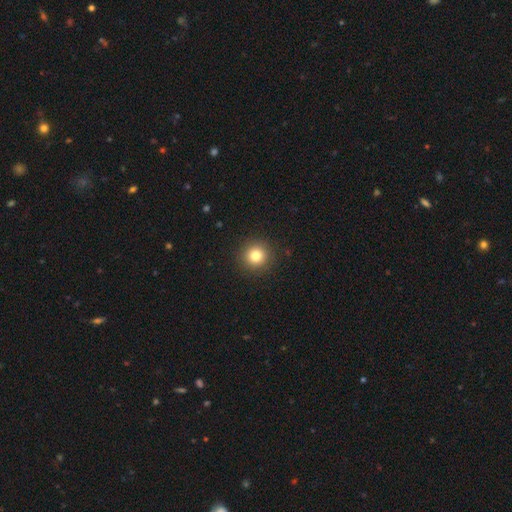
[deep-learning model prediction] A smooth galaxy with no disk features (81%) that is round (95%). Merging: none (92%).